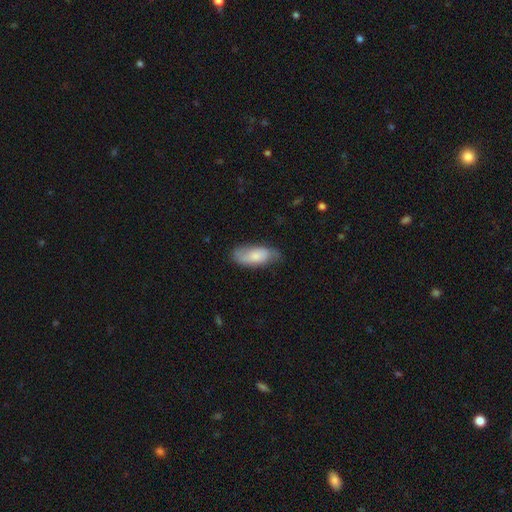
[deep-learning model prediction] Smooth or featured? smooth (67%)
How rounded? in between (83%)
Merging? none (64%)